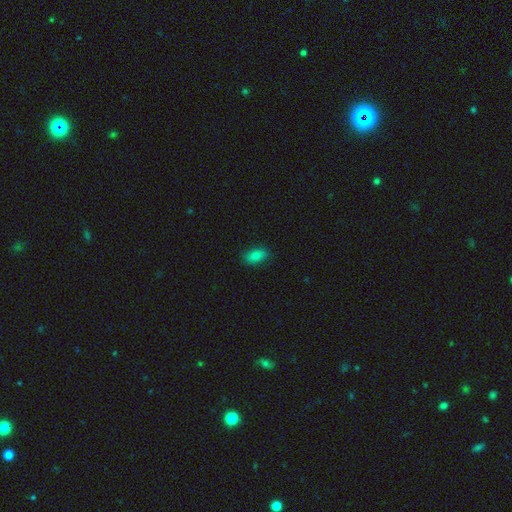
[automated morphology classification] Smooth or featured? smooth (81%)
How rounded? in between (88%)
Merging? none (85%)